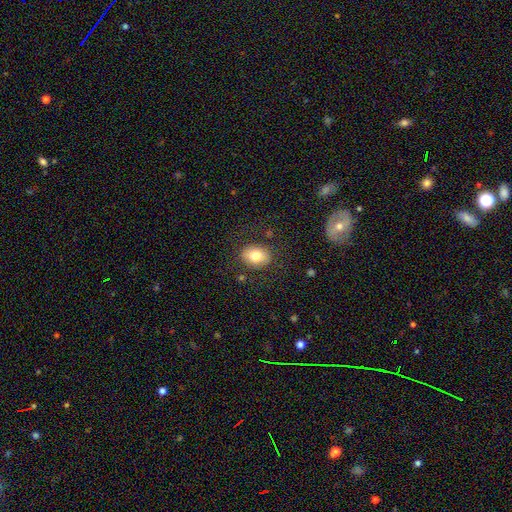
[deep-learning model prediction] Smooth or featured? Predicted: smooth (p=0.77). How rounded? Predicted: in between (p=0.60). Merging? Predicted: none (p=0.81).